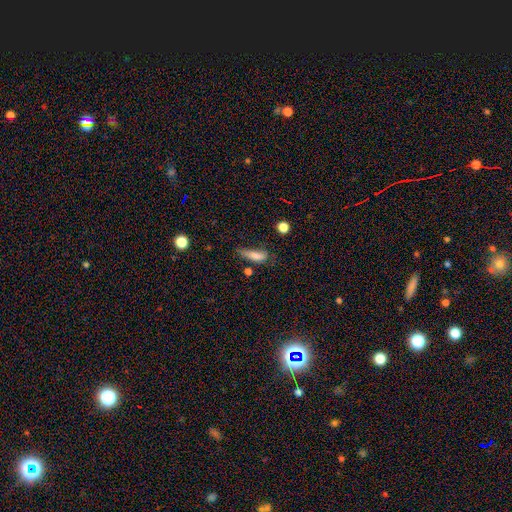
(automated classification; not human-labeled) Smooth or featured?
  - smooth: 77% *
  - featured or disk: 13%
  - star or artifact: 10%
How rounded?
  - cigar-shaped: 52% *
  - in between: 45%
  - round: 3%
Merging?
  - none: 40% *
  - minor disturbance: 34%
  - major disturbance: 20%
  - merger: 6%